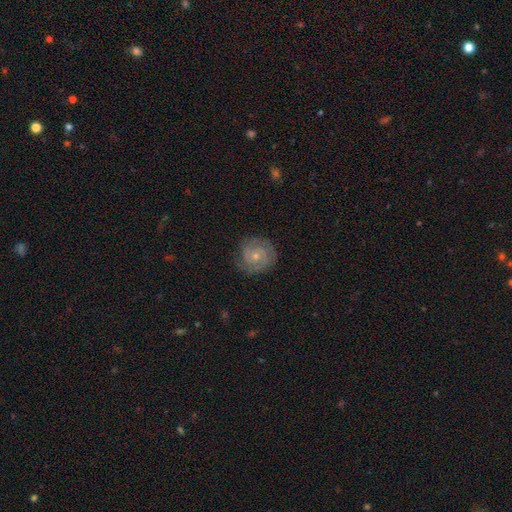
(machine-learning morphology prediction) This is likely a featured or disk galaxy (74%). It is clearly not viewed edge-on (98%). Bar: likely no (74%). Spiral arm pattern: clearly yes (93%). Spiral arm count: possibly 2 (58%). Spiral winding: likely tight (65%). Central bulge: likely small (68%). Merging: likely none (80%).